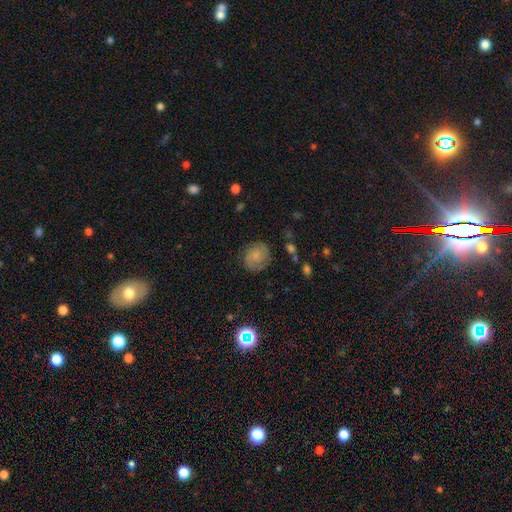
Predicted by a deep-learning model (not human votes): Smooth or featured?
  - smooth: 59% *
  - featured or disk: 32%
  - star or artifact: 9%
How rounded?
  - round: 79% *
  - in between: 20%
  - cigar-shaped: 1%
Merging?
  - none: 78% *
  - minor disturbance: 15%
  - major disturbance: 5%
  - merger: 1%